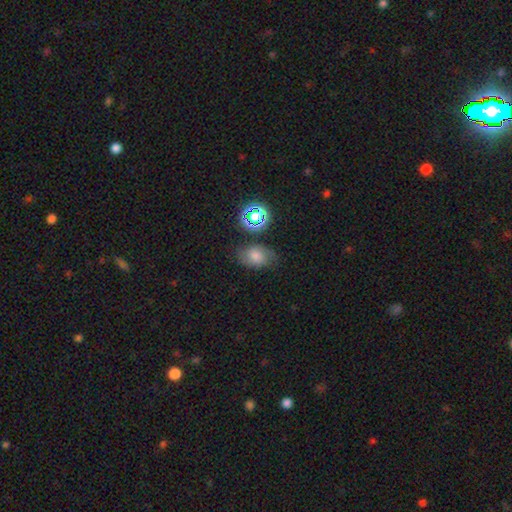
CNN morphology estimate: This is possibly a smooth galaxy (51%). How rounded: likely in between (71%). Merging: likely none (69%).